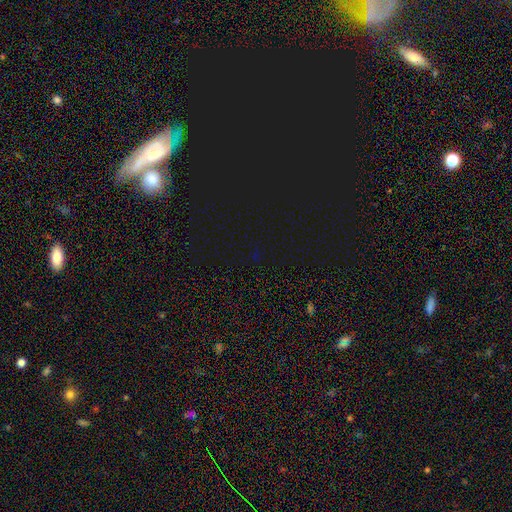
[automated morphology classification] Smooth or featured: star or artifact — 79% (smooth — 15%)